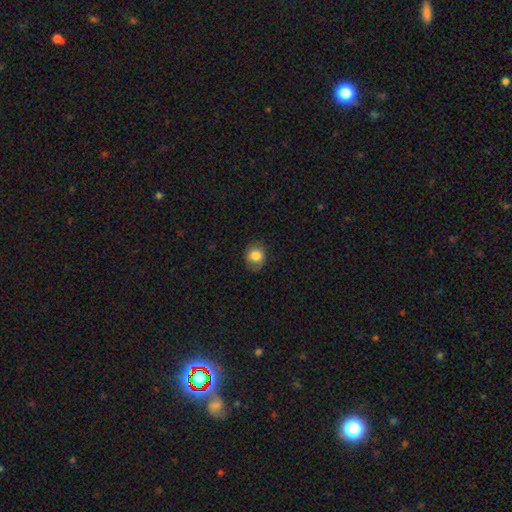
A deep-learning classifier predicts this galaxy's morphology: The model was most divided on "how rounded": round: 62%, in between: 37%, cigar-shaped: 1%. More confident: smooth or featured — smooth (81%); merging — none (77%).